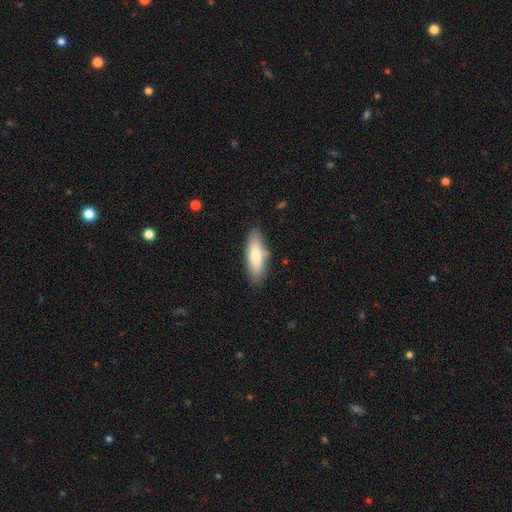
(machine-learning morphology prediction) type=smooth (77%); roundness=in between (58%); merging=none (83%).